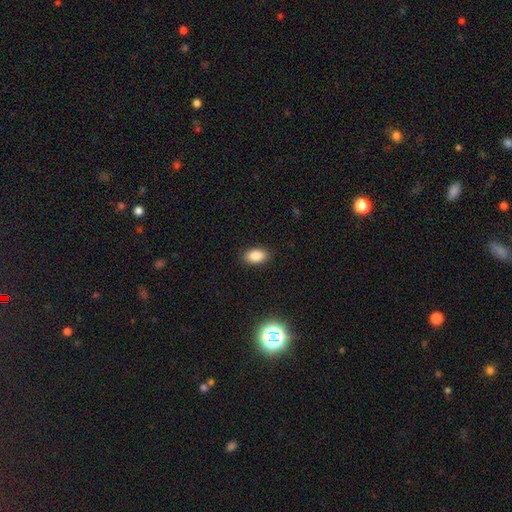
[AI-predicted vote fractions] smooth_or_featured: smooth (p=0.86) [alt: star or artifact p=0.10]
how_rounded: in between (p=0.90) [alt: round p=0.08]
merging: none (p=0.88) [alt: minor disturbance p=0.08]